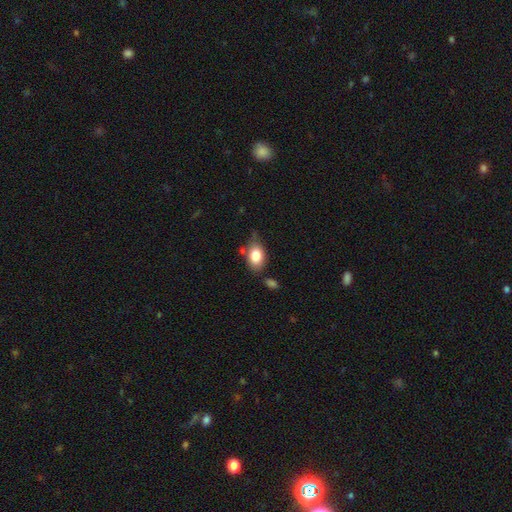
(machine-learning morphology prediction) Smooth or featured? smooth (82%)
How rounded? in between (85%)
Merging? none (61%)